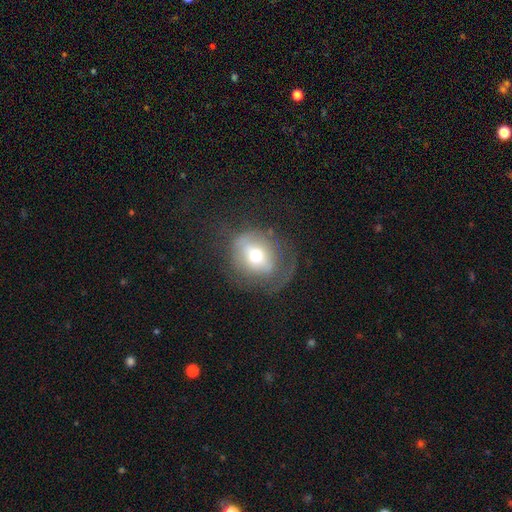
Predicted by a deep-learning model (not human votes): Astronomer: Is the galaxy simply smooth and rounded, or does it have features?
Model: smooth — 51% (runner-up: featured or disk, 38%).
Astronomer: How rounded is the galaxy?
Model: round — 73%.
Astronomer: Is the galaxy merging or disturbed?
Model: none — 49% (runner-up: major disturbance, 27%).